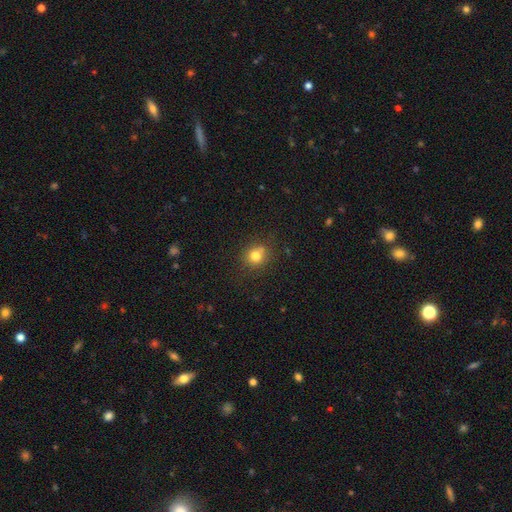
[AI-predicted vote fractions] Smooth or featured? Predicted: smooth (p=0.78). How rounded? Predicted: round (p=0.86). Merging? Predicted: none (p=0.74).